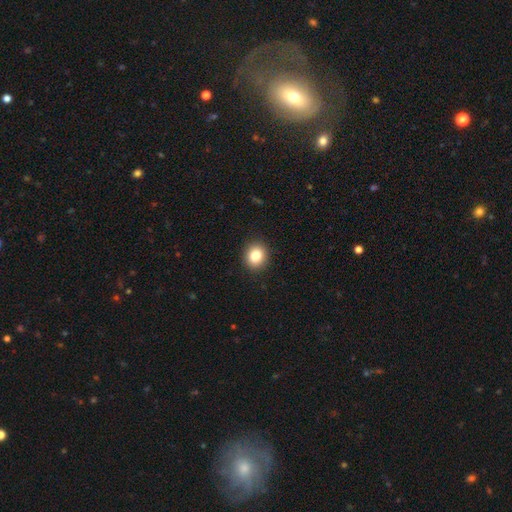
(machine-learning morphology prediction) smooth 84%, star or artifact 10%, featured or disk 6%. Down the decision tree: how rounded — round (72%); merging — none (91%).